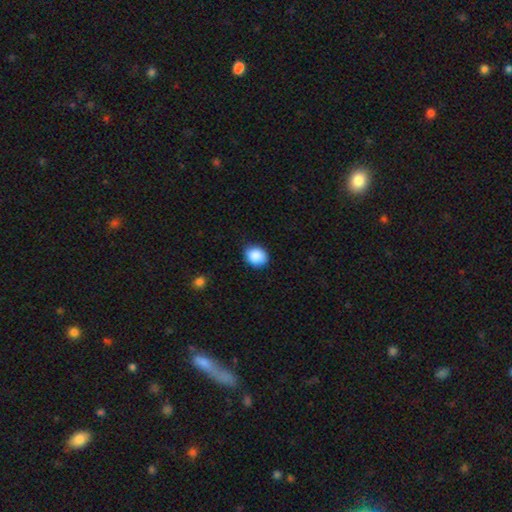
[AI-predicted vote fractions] smooth 89%, star or artifact 8%, featured or disk 3%. Down the decision tree: how rounded — round (50%); merging — none (82%).